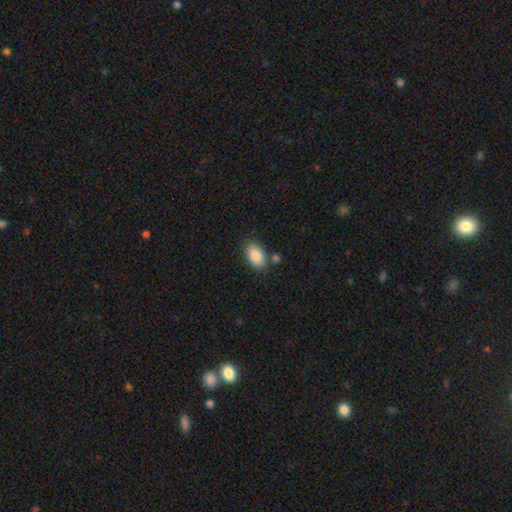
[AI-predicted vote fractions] This appears to be a smooth galaxy with no disk features (88%) that is in between round and cigar-shaped (93%). Merging: none (74%).